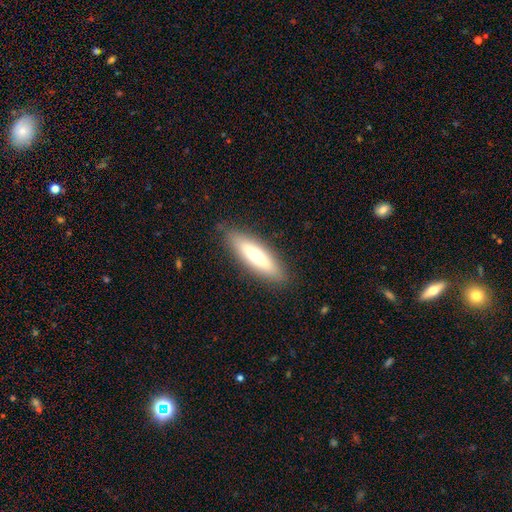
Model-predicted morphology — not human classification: Smooth or featured: smooth — 62% (featured or disk — 32%)
How rounded: cigar-shaped — 64% (in between — 34%)
Merging: none — 87% (minor disturbance — 10%)